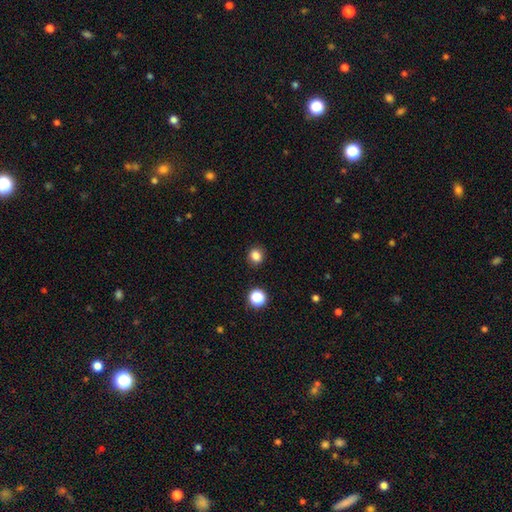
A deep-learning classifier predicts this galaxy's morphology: The model was most divided on "how rounded": round: 79%, in between: 20%, cigar-shaped: 1%. More confident: merging — none (89%); smooth or featured — smooth (83%).